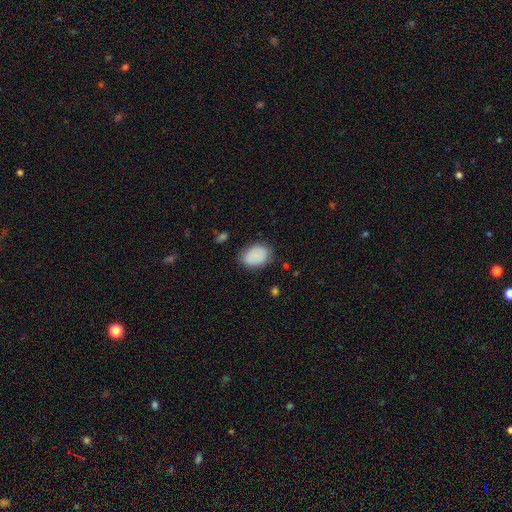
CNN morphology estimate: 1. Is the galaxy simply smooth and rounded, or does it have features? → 88% smooth, 7% star or artifact, 5% featured or disk.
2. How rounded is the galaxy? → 79% in between, 20% round, 1% cigar-shaped.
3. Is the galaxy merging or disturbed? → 79% none, 15% minor disturbance, 4% major disturbance, 1% merger.